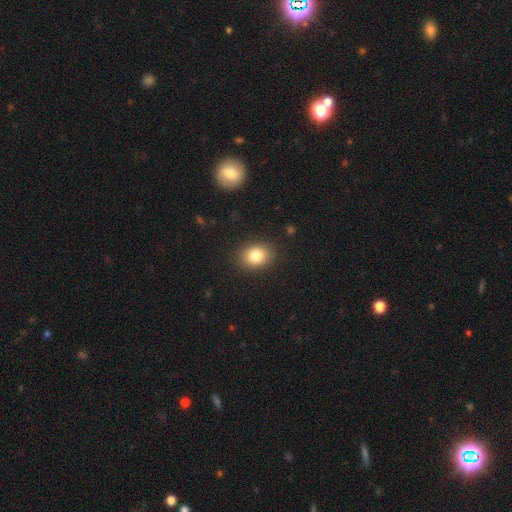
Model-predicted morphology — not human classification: A smooth galaxy with no disk features (82%) that is in between round and cigar-shaped (55%). Merging: none (88%).